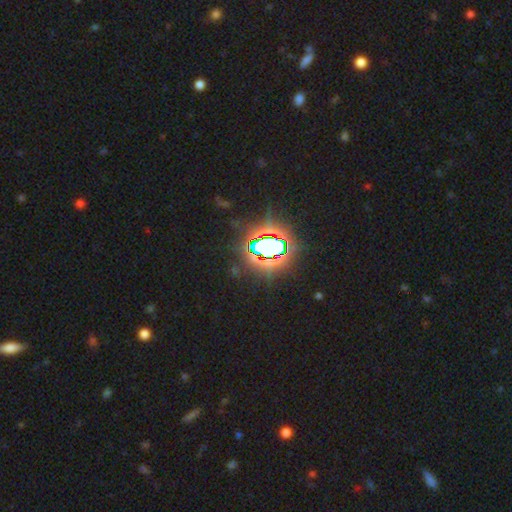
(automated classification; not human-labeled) Smooth or featured?
  - star or artifact: 81% *
  - smooth: 11%
  - featured or disk: 9%